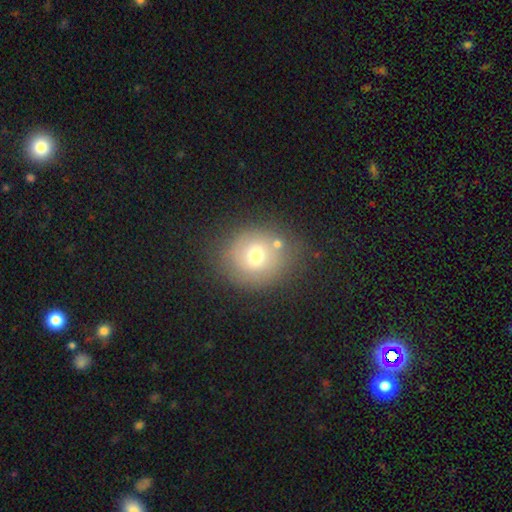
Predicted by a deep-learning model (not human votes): Overall: smooth (66%). How rounded: round (80%). Merging: none (69%).